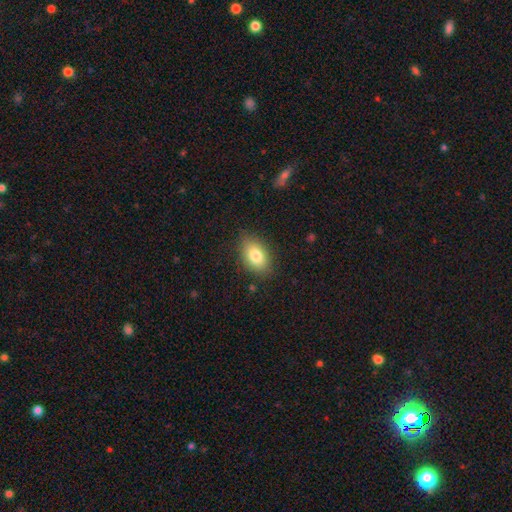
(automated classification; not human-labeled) Morphology: type=smooth (81%); roundness=in between (87%); merging=none (83%).